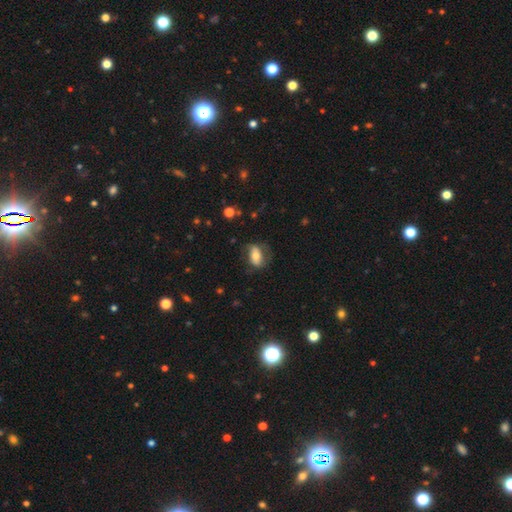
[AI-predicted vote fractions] The model was most divided on "smooth or featured": smooth: 58%, featured or disk: 34%, star or artifact: 8%. More confident: how rounded — in between (83%); merging — none (63%).